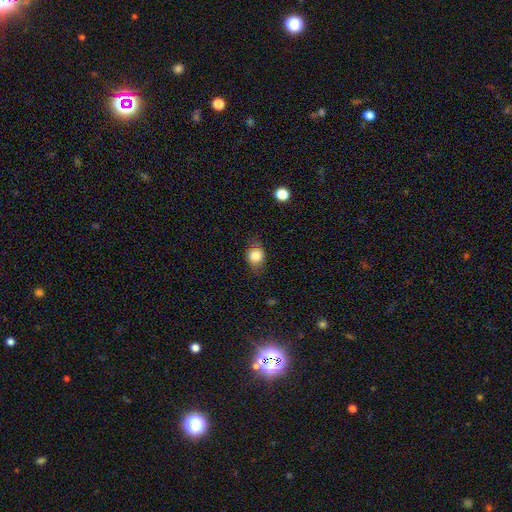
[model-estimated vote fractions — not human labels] A smooth galaxy with no disk features (78%) that is round (53%). Merging: none (72%).